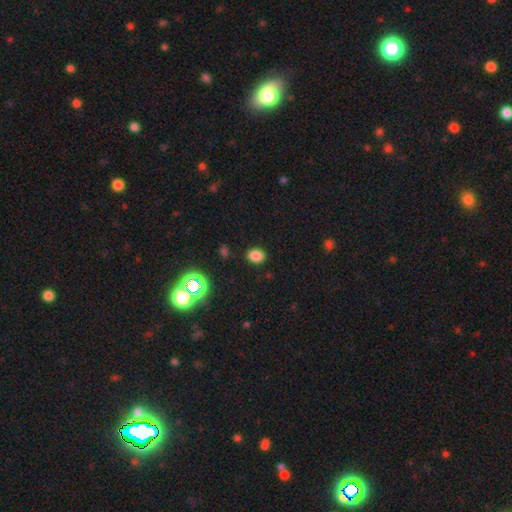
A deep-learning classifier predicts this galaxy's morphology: The model was most divided on "how rounded": in between: 66%, round: 33%, cigar-shaped: 1%. More confident: merging — none (87%); smooth or featured — smooth (80%).